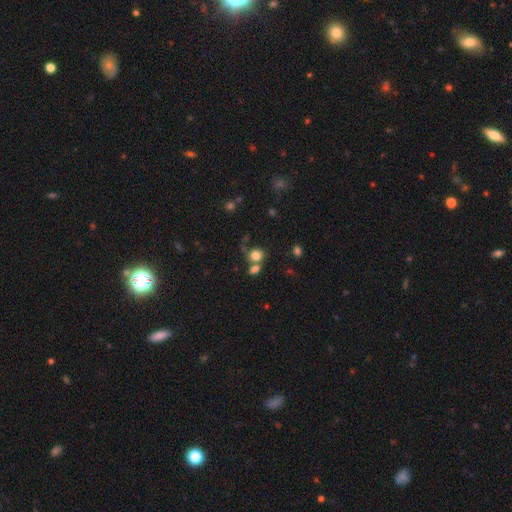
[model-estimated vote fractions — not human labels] This appears to be a smooth galaxy with no disk features (78%) that is round (77%). Merging: none (45%).